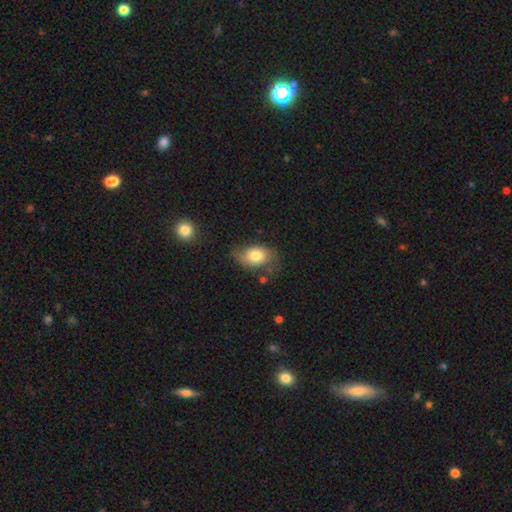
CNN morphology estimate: Smooth or featured? Predicted: smooth (p=0.73). How rounded? Predicted: in between (p=0.79). Merging? Predicted: none (p=0.55).